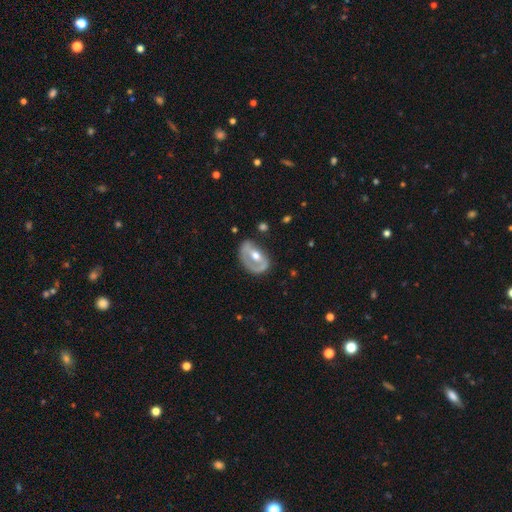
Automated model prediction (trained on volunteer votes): Morphology: type=featured or disk (67%); edge-on=no (94%); bar=no (45%); spiral arms=no (52%); bulge=moderate (74%); merging=none (51%).